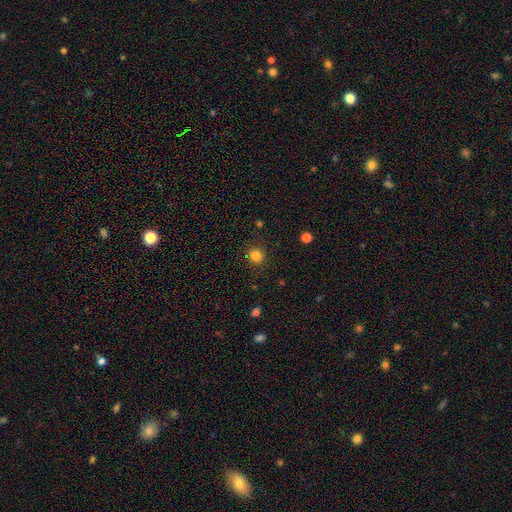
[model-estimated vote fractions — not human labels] Smooth or featured? smooth (83%)
How rounded? round (86%)
Merging? none (88%)